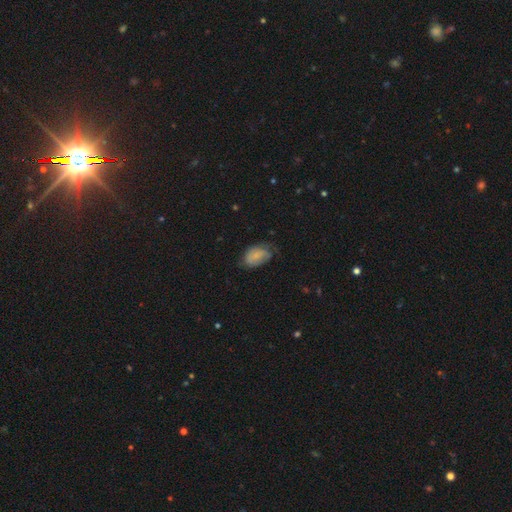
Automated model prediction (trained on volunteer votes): smooth 68%, featured or disk 24%, star or artifact 7%. Down the decision tree: how rounded — in between (89%); merging — none (45%).